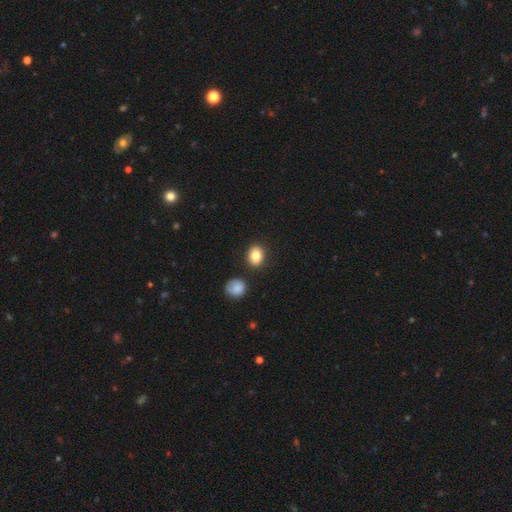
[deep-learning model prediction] Smooth or featured? Predicted: smooth (p=0.84). How rounded? Predicted: in between (p=0.54). Merging? Predicted: none (p=0.85).